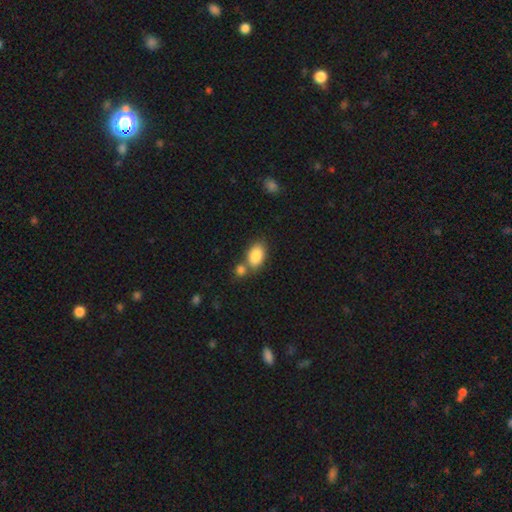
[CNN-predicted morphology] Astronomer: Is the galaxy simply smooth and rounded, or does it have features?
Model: smooth — 86%.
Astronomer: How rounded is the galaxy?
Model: in between — 89%.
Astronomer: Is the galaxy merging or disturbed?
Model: none — 54% (runner-up: merger, 30%).